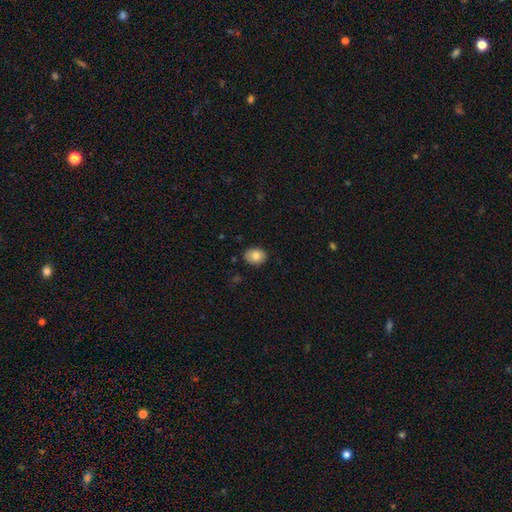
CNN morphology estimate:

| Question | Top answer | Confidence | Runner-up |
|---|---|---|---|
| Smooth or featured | smooth | 80% | featured or disk (13%) |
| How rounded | in between | 69% | round (30%) |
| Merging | none | 85% | minor disturbance (12%) |